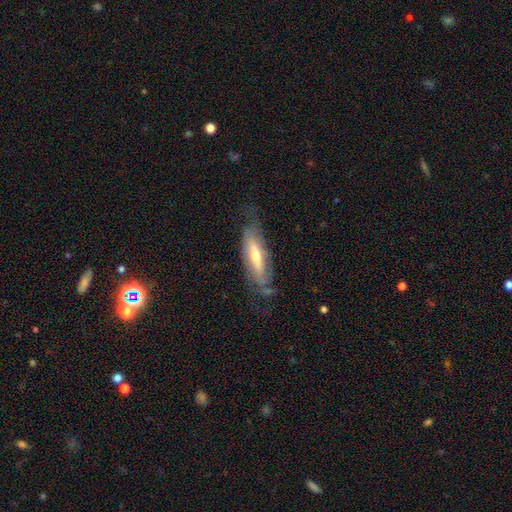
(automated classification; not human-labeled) featured or disk 64%, smooth 29%, star or artifact 6%. Down the decision tree: edge-on disk — no (61%); merging — none (59%).